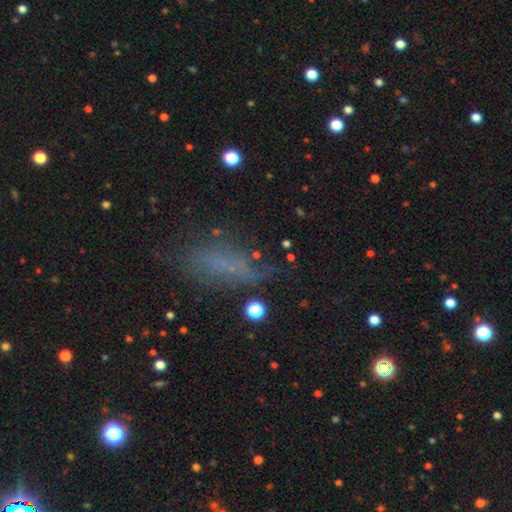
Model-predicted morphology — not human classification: This appears to be a smooth galaxy with no disk features (48%). Merging: none (49%).